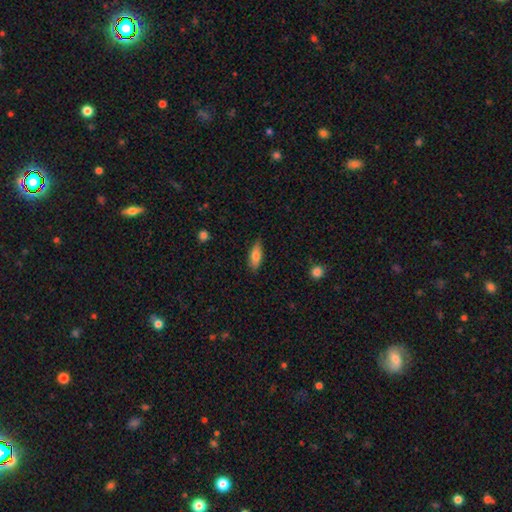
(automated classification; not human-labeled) This appears to be a smooth galaxy with no disk features (75%) that is in between round and cigar-shaped (68%). Merging: none (81%).